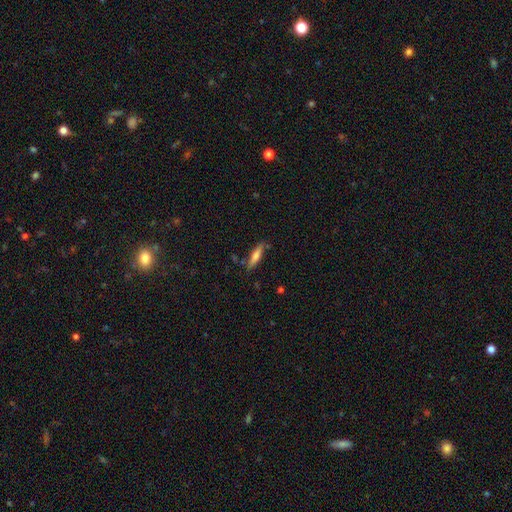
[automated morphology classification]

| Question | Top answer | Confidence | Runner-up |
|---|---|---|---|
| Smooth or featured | smooth | 65% | featured or disk (28%) |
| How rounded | cigar-shaped | 77% | in between (22%) |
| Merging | none | 80% | minor disturbance (13%) |